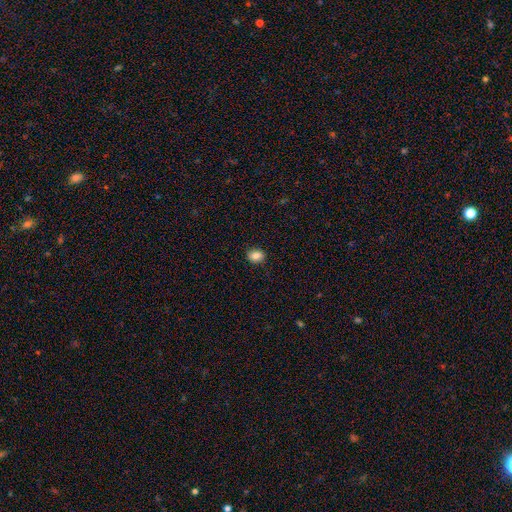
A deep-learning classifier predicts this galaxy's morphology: Smooth or featured?
  - smooth: 86% *
  - star or artifact: 9%
  - featured or disk: 5%
How rounded?
  - in between: 58% *
  - round: 41%
  - cigar-shaped: 1%
Merging?
  - none: 88% *
  - minor disturbance: 9%
  - major disturbance: 2%
  - merger: 1%